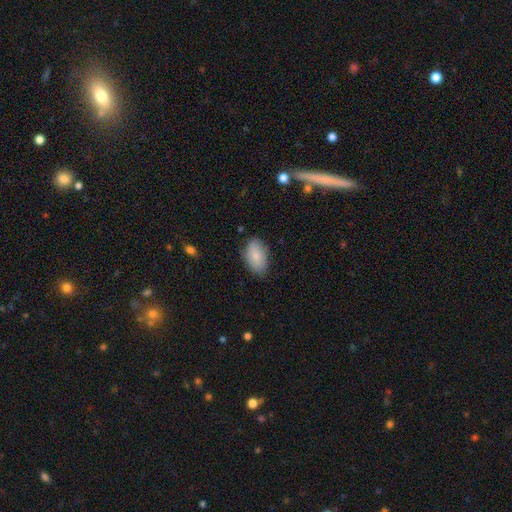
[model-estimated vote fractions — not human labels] Q: Smooth or featured?
A: smooth (80%); runner-up: featured or disk (13%)
Q: How rounded?
A: in between (92%); runner-up: round (7%)
Q: Merging?
A: none (78%); runner-up: minor disturbance (17%)